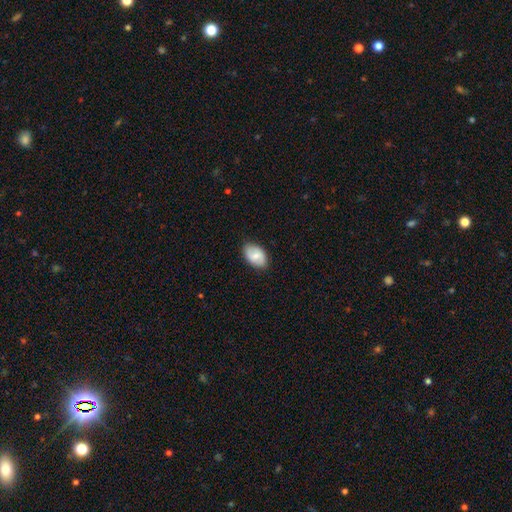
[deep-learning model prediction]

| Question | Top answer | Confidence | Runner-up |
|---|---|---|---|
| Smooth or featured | smooth | 67% | featured or disk (26%) |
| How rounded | in between | 90% | round (9%) |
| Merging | none | 83% | minor disturbance (14%) |